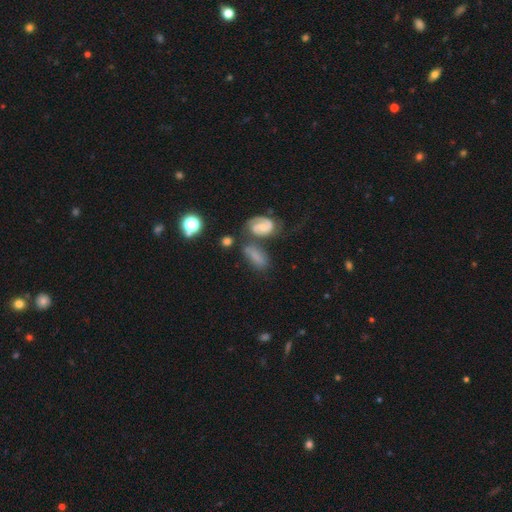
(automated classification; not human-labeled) Smooth or featured: smooth — 52% (featured or disk — 35%)
How rounded: in between — 73% (cigar-shaped — 17%)
Merging: none — 46% (merger — 26%)